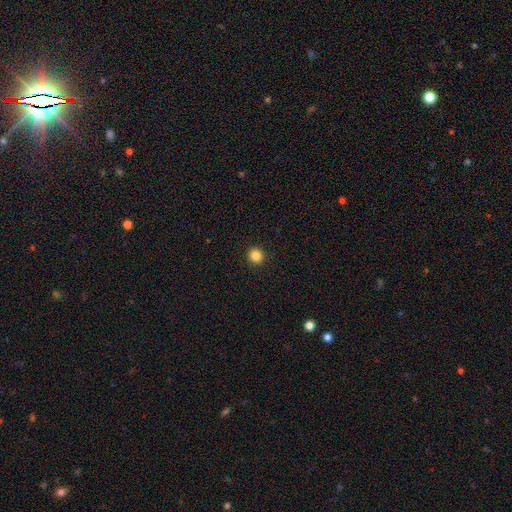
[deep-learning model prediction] The model was most divided on "smooth or featured": smooth: 85%, star or artifact: 11%, featured or disk: 4%. More confident: merging — none (93%); how rounded — round (91%).